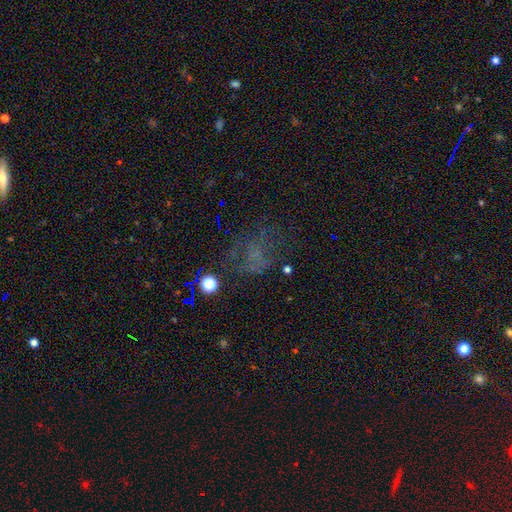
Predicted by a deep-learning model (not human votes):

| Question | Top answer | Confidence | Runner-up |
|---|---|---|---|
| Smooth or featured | star or artifact | 37% | smooth (32%) |